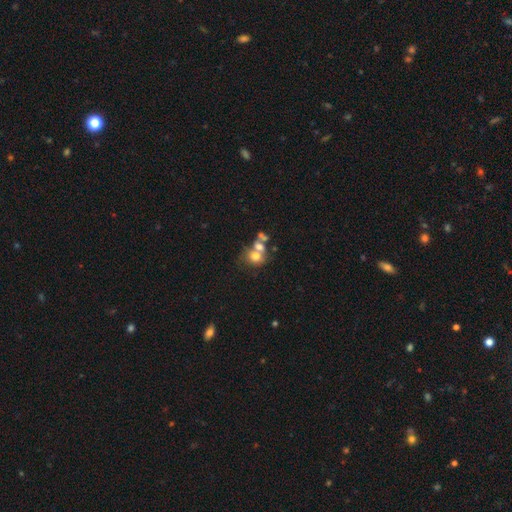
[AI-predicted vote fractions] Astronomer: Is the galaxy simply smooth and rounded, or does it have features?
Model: smooth — 65%.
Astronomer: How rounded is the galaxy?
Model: round — 61% (runner-up: in between, 38%).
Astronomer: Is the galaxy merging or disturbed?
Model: merger — 53% (runner-up: none, 29%).